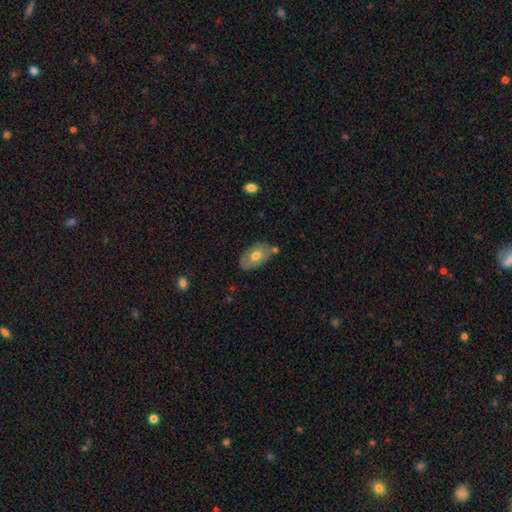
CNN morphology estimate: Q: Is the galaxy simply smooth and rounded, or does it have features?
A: smooth — 66%.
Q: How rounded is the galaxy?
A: in between — 91%.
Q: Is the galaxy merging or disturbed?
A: none — 70%.